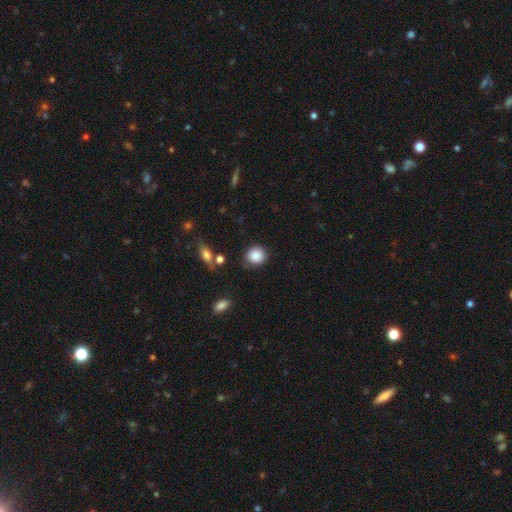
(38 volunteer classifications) This is clearly a smooth galaxy (89%). How rounded: clearly round (82%). Merging: likely none (72%).